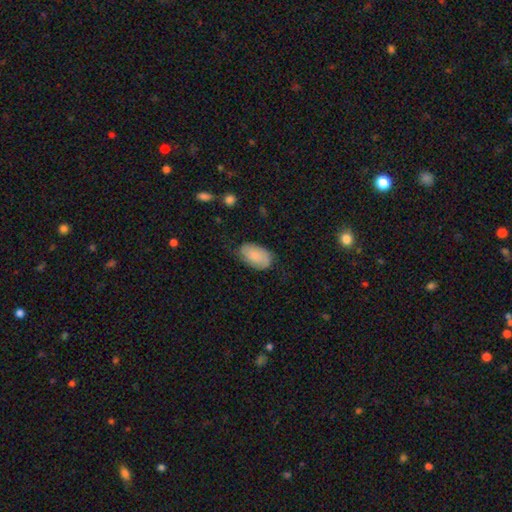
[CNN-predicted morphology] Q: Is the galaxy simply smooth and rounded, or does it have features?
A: smooth — 78%.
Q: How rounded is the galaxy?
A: in between — 94%.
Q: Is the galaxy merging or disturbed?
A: none — 70%.